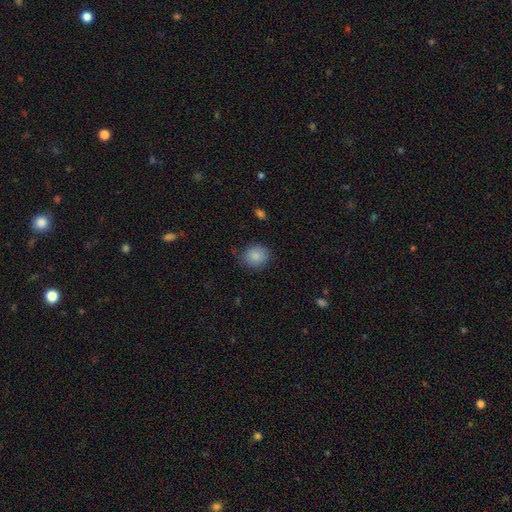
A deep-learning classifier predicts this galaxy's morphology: smooth_or_featured: smooth (p=0.86) [alt: star or artifact p=0.08]
how_rounded: round (p=0.74) [alt: in between p=0.25]
merging: none (p=0.82) [alt: minor disturbance p=0.14]